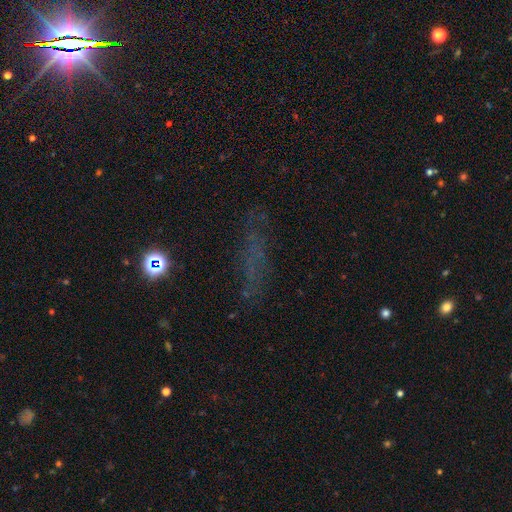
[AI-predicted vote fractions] Overall: star or artifact (38%; smooth 37%).